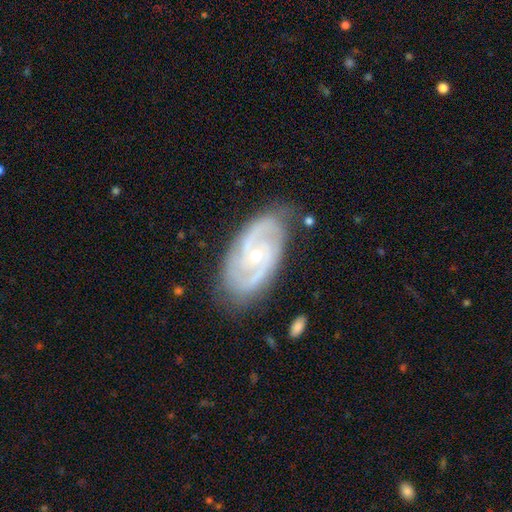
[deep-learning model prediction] This appears to be a featured or disk galaxy (89%) with no bar (59%), 2 (61%) tight (52%) spiral arms (97%) and a small central bulge (61%). Merging: none (79%).